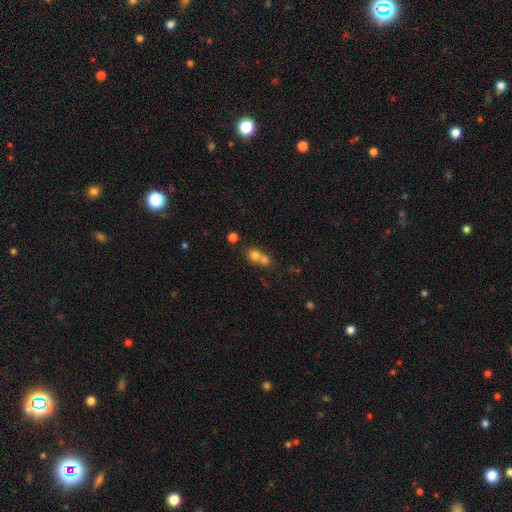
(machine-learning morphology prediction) Overall: smooth (72%). How rounded: round (79%). Merging: merger (61%; none 31%).